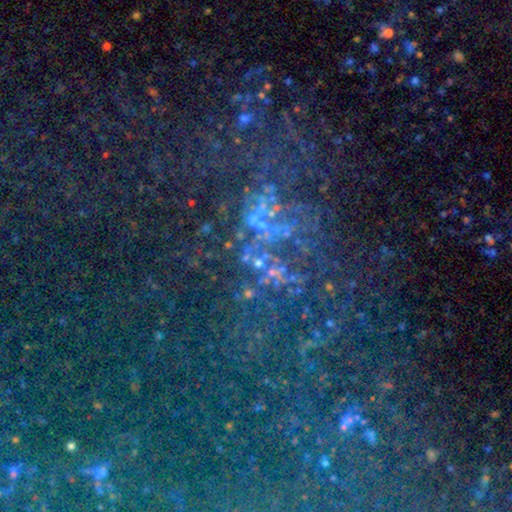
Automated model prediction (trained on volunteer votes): A star or artifact, not a galaxy (60%).

Vote fractions:
- Smooth or featured? star or artifact: 60% / featured or disk: 27% / smooth: 13%